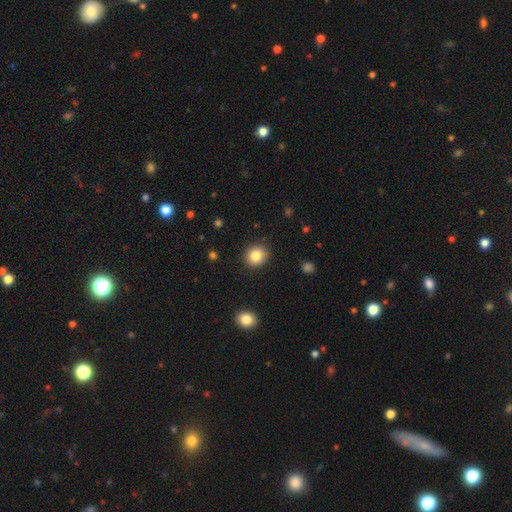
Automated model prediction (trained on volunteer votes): Smooth or featured? Predicted: smooth (p=0.84). How rounded? Predicted: round (p=0.79). Merging? Predicted: none (p=0.89).